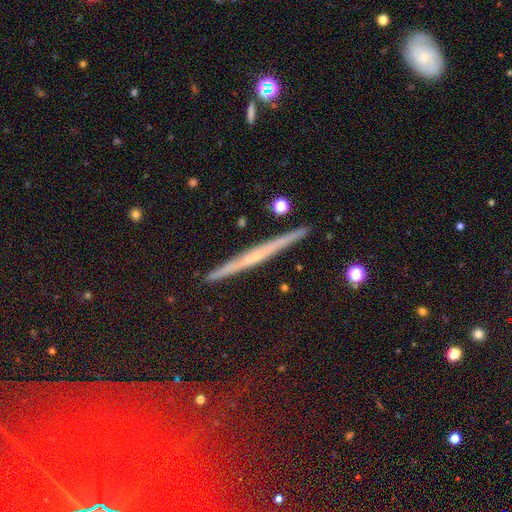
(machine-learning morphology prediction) Smooth or featured? featured or disk (60%)
Edge-on disk? yes (97%)
Edge-on bulge? none (62%)
Merging? none (90%)